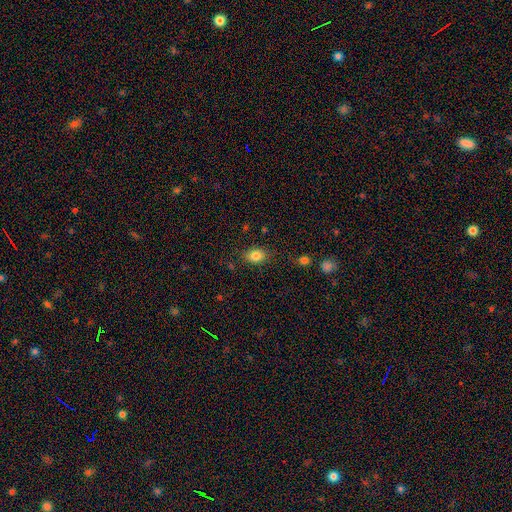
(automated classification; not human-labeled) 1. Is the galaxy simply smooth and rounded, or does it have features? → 84% smooth, 10% star or artifact, 6% featured or disk.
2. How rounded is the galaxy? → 65% in between, 34% round, 1% cigar-shaped.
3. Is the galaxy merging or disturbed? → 82% none, 12% minor disturbance, 4% major disturbance, 2% merger.